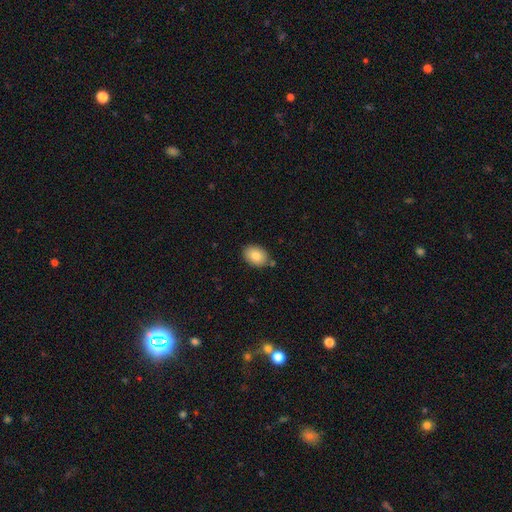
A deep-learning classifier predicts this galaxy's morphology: The model was most divided on "how rounded": in between: 78%, round: 21%, cigar-shaped: 1%. More confident: smooth or featured — smooth (85%); merging — none (80%).